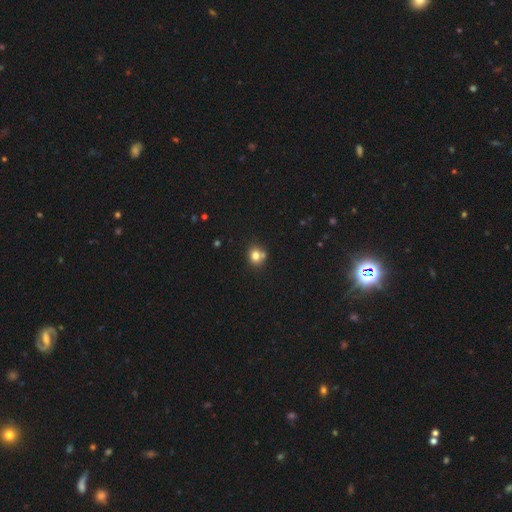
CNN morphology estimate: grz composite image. It shows a smooth galaxy with no disk features (78%) that is round (79%). Merging: none (63%).